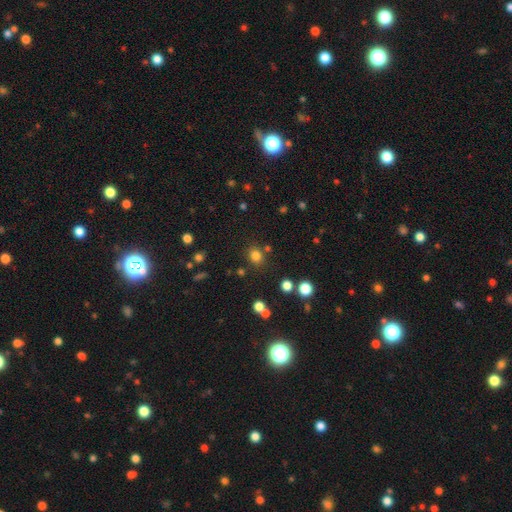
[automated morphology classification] type=smooth (79%); roundness=round (72%); merging=none (81%).